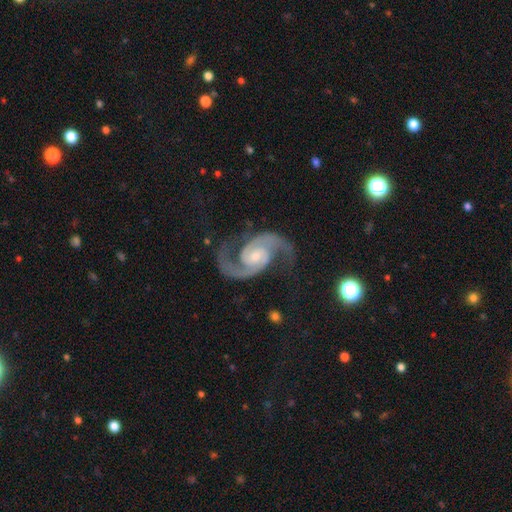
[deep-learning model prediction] This appears to be a featured or disk galaxy (94%) with no bar (54%), 2 (95%) medium (63%) spiral arms (99%) and a moderate central bulge (45%). Merging: none (77%).